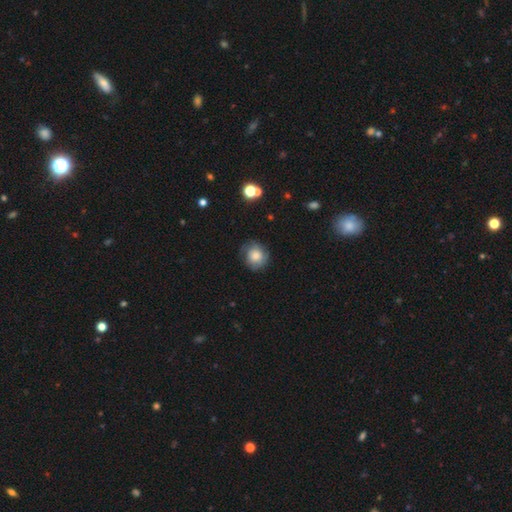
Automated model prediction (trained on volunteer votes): Smooth or featured? Predicted: smooth (p=0.69). How rounded? Predicted: round (p=0.83). Merging? Predicted: none (p=0.74).